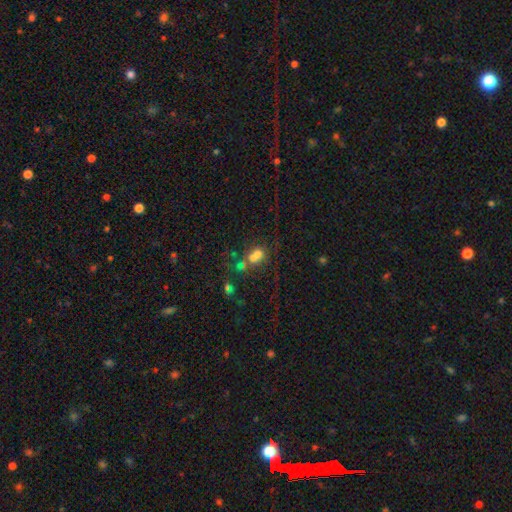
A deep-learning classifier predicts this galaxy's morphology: type=smooth (55%); roundness=round (65%); merging=merger (54%).